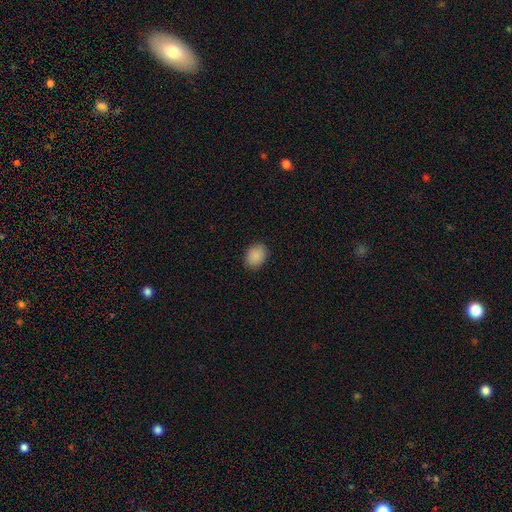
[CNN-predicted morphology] A smooth galaxy with no disk features (89%) that is in between round and cigar-shaped (52%). Merging: none (88%).